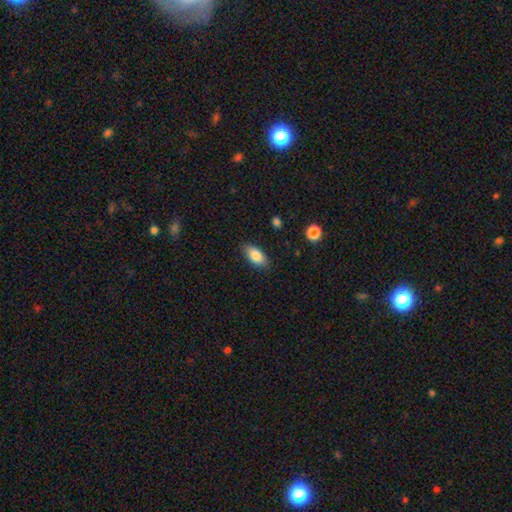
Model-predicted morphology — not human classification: Smooth or featured? smooth (84%)
How rounded? in between (90%)
Merging? none (85%)